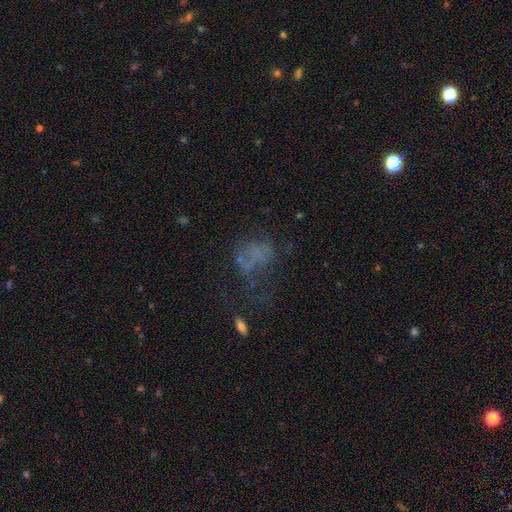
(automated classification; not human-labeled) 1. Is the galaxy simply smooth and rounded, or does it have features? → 39% featured or disk, 37% smooth, 25% star or artifact.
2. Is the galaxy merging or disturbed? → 39% major disturbance, 35% none, 17% minor disturbance, 8% merger.